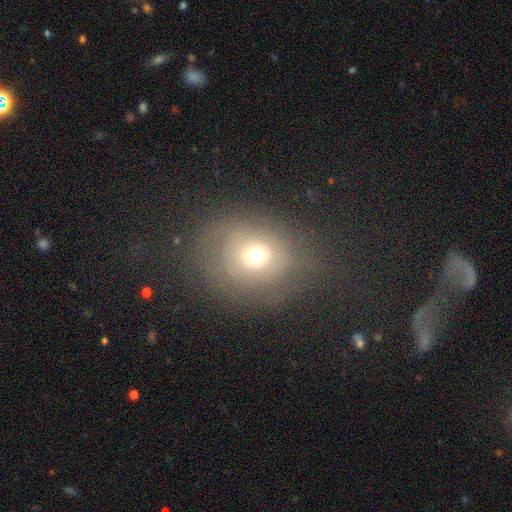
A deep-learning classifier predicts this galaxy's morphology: This is possibly a smooth galaxy (58%). How rounded: likely round (76%). Merging: likely none (65%).